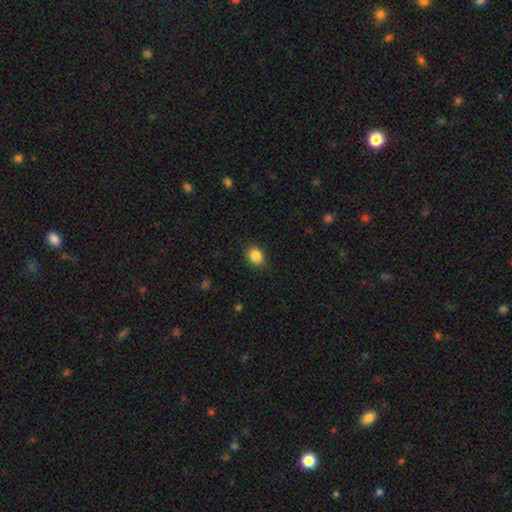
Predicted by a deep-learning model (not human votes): A smooth galaxy with no disk features (87%) that is in between round and cigar-shaped (66%). Merging: none (87%).